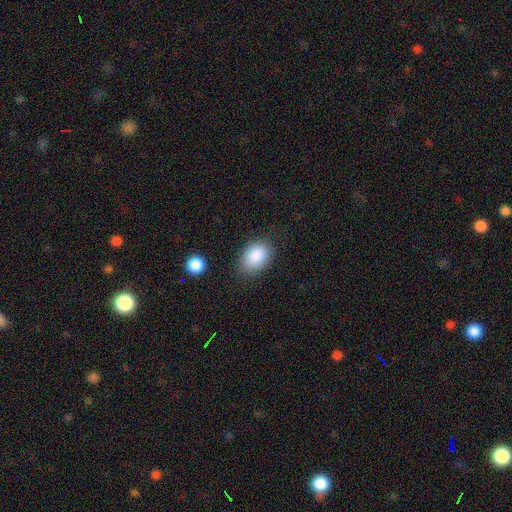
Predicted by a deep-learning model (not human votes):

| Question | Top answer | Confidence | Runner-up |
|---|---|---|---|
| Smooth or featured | smooth | 88% | star or artifact (7%) |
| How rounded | in between | 83% | round (16%) |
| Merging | none | 81% | minor disturbance (13%) |